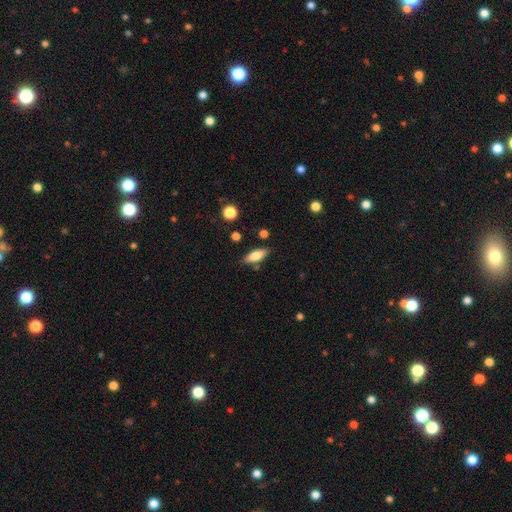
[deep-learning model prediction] Smooth or featured?
  - smooth: 75% *
  - featured or disk: 18%
  - star or artifact: 7%
How rounded?
  - in between: 71% *
  - cigar-shaped: 26%
  - round: 3%
Merging?
  - none: 81% *
  - minor disturbance: 12%
  - merger: 4%
  - major disturbance: 3%